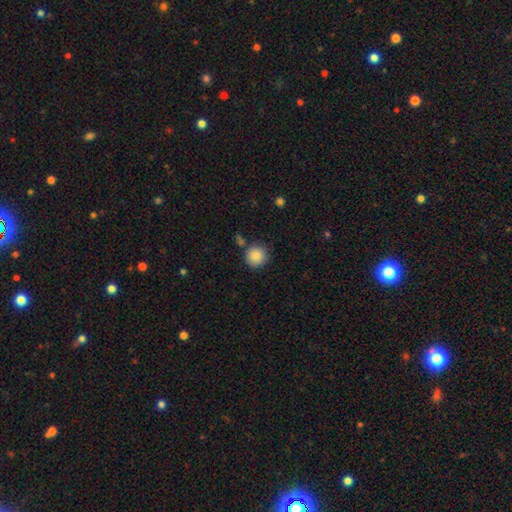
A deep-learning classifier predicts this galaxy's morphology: Smooth or featured?
  - smooth: 86% *
  - star or artifact: 9%
  - featured or disk: 5%
How rounded?
  - round: 92% *
  - in between: 7%
  - cigar-shaped: 1%
Merging?
  - none: 77% *
  - minor disturbance: 13%
  - merger: 7%
  - major disturbance: 3%